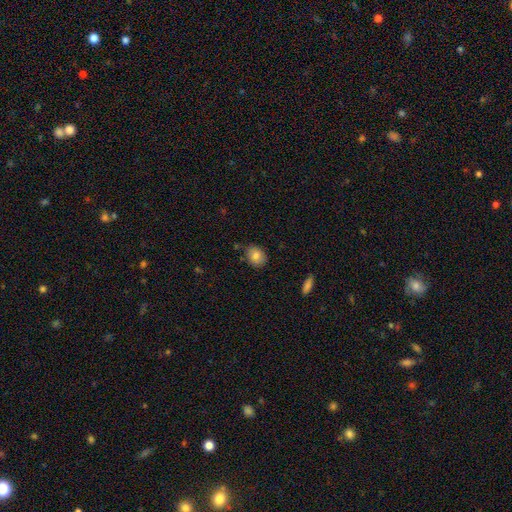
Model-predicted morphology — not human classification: Smooth or featured?
  - smooth: 82% *
  - featured or disk: 9%
  - star or artifact: 8%
How rounded?
  - in between: 50% *
  - round: 49%
  - cigar-shaped: 1%
Merging?
  - none: 78% *
  - minor disturbance: 16%
  - merger: 3%
  - major disturbance: 3%